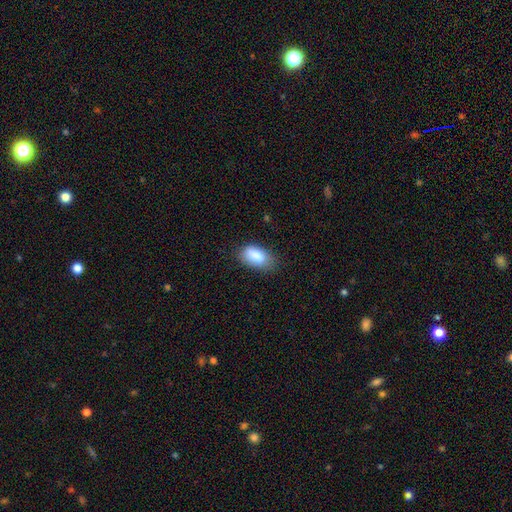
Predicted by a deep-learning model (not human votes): A smooth galaxy with no disk features (86%) that is in between round and cigar-shaped (93%).

Vote fractions:
- Smooth or featured? smooth: 86% / star or artifact: 7% / featured or disk: 6%
- How rounded? in between: 93% / round: 4% / cigar-shaped: 3%
- Merging? none: 68% / minor disturbance: 26% / major disturbance: 5% / merger: 1%